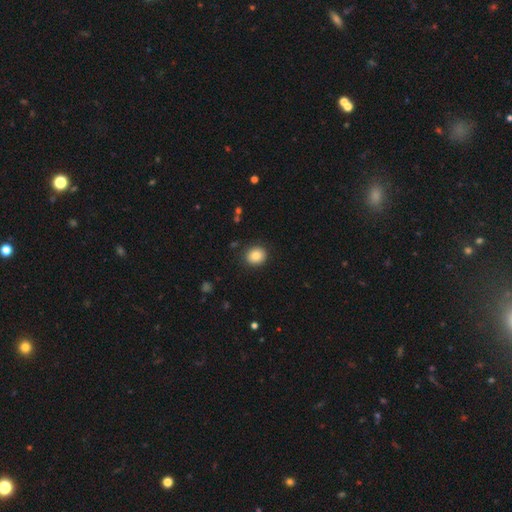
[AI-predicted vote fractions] A smooth galaxy with no disk features (86%) that is round (72%). Merging: none (89%).